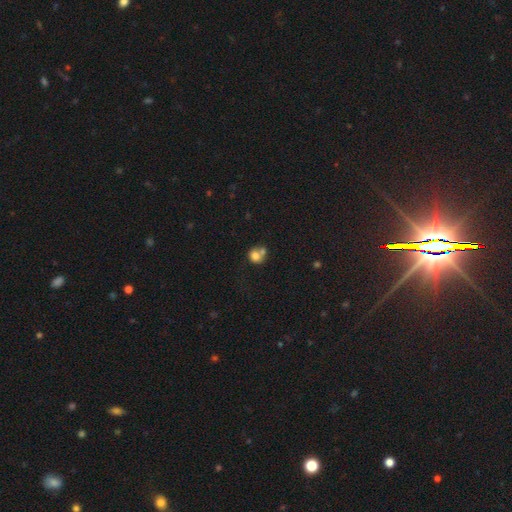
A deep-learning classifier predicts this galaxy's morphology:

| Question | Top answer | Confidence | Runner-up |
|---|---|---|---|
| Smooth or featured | smooth | 75% | featured or disk (14%) |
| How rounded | round | 76% | in between (23%) |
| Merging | merger | 49% | none (36%) |